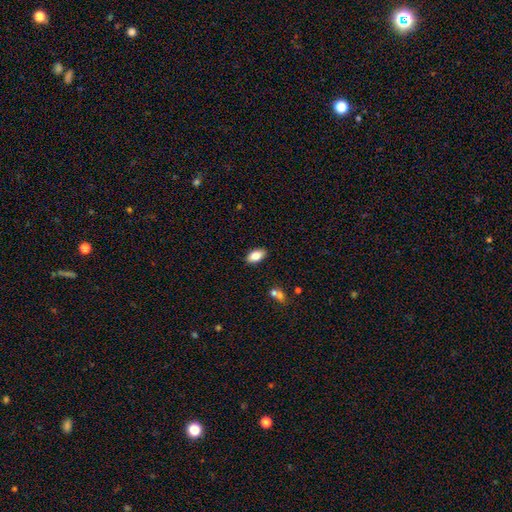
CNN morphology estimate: Smooth or featured? Predicted: smooth (p=0.79). How rounded? Predicted: in between (p=0.91). Merging? Predicted: none (p=0.88).